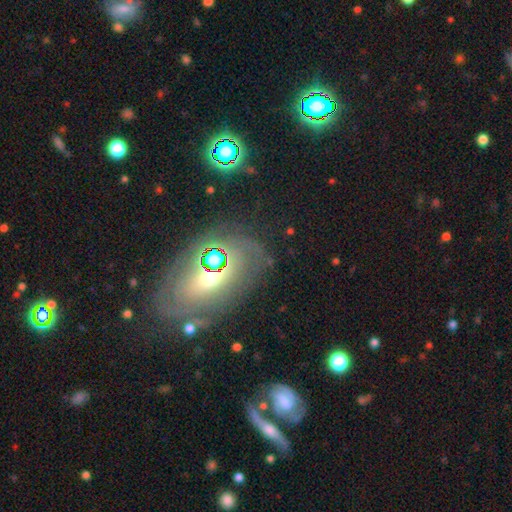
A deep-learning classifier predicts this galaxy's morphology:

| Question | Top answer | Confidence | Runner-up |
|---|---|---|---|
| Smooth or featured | featured or disk | 52% | star or artifact (27%) |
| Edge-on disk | no | 84% | yes (16%) |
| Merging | none | 69% | minor disturbance (14%) |